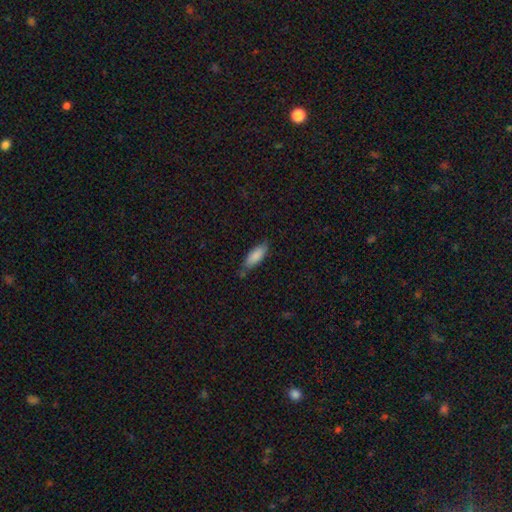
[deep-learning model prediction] This appears to be a smooth galaxy with no disk features (85%) that is in between round and cigar-shaped (65%). Merging: none (69%).